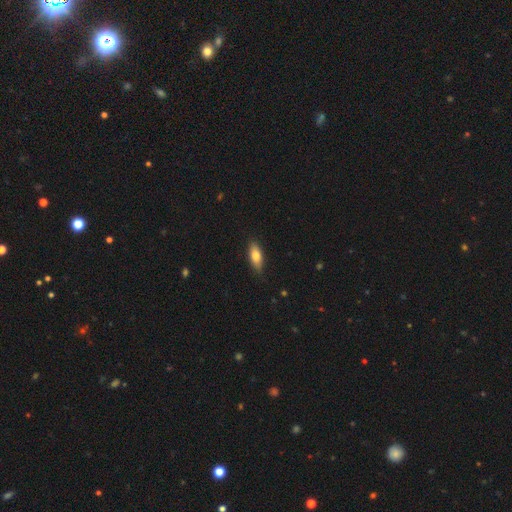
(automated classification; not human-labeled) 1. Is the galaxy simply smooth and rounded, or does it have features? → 76% smooth, 18% featured or disk, 6% star or artifact.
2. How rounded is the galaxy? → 75% in between, 22% cigar-shaped, 3% round.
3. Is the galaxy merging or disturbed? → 85% none, 12% minor disturbance, 2% major disturbance, 1% merger.